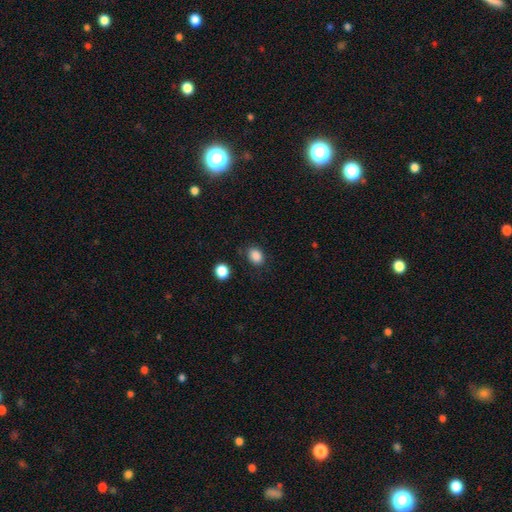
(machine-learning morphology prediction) A smooth galaxy with no disk features (86%) that is in between round and cigar-shaped (62%). Merging: none (81%).